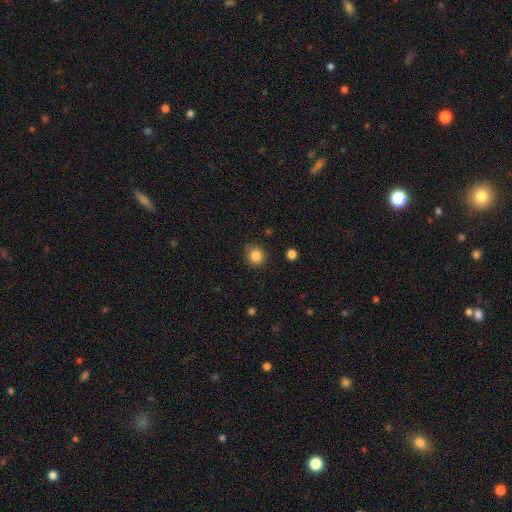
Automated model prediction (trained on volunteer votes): smooth-or-featured: smooth: 84% | star or artifact: 11% | featured or disk: 5%
  how-rounded: round: 87% | in between: 12% | cigar-shaped: 1%
  merging: none: 84% | minor disturbance: 12% | major disturbance: 3% | merger: 2%